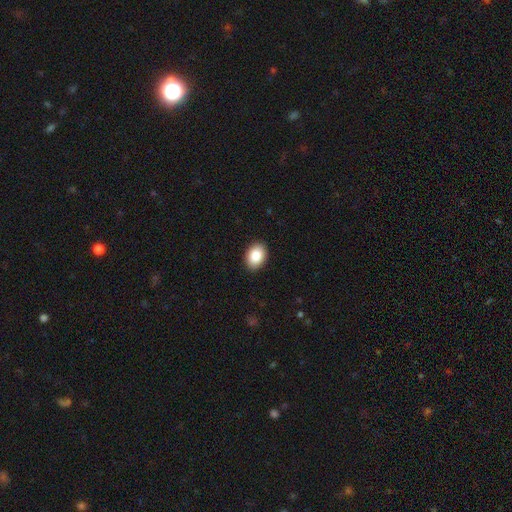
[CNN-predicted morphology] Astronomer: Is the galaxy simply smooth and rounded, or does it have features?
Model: smooth — 87%.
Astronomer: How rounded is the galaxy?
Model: in between — 81%.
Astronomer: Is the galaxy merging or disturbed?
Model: none — 90%.